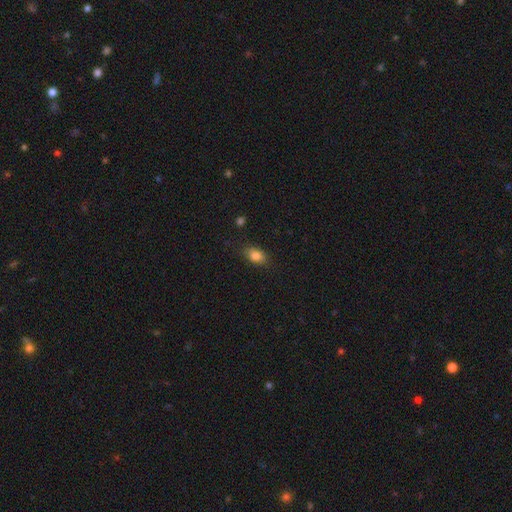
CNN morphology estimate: smooth-or-featured: smooth: 83% | star or artifact: 10% | featured or disk: 7%
  how-rounded: in between: 81% | round: 16% | cigar-shaped: 3%
  merging: none: 80% | minor disturbance: 15% | major disturbance: 3% | merger: 2%